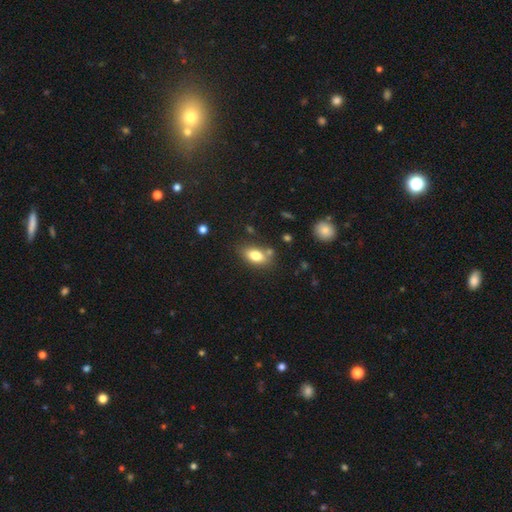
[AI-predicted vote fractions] smooth_or_featured: smooth (p=0.79) [alt: featured or disk p=0.12]
how_rounded: in between (p=0.86) [alt: round p=0.08]
merging: none (p=0.72) [alt: minor disturbance p=0.15]